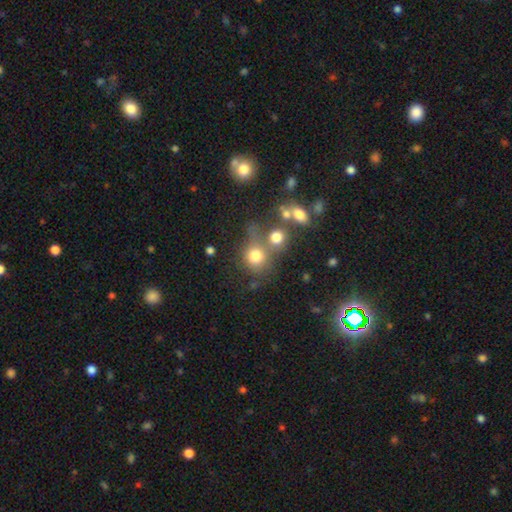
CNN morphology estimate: Q: Smooth or featured?
A: smooth (75%); runner-up: star or artifact (14%)
Q: How rounded?
A: round (81%); runner-up: in between (17%)
Q: Merging?
A: none (42%); runner-up: merger (36%)